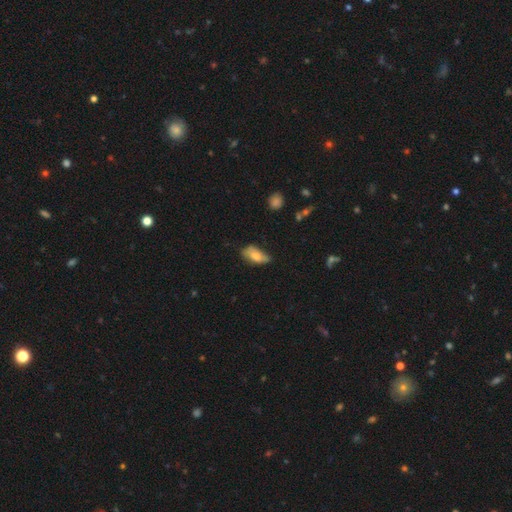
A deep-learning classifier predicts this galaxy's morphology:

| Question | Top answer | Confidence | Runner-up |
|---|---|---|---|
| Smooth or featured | smooth | 69% | featured or disk (23%) |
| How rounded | in between | 88% | cigar-shaped (9%) |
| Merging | none | 48% | minor disturbance (37%) |